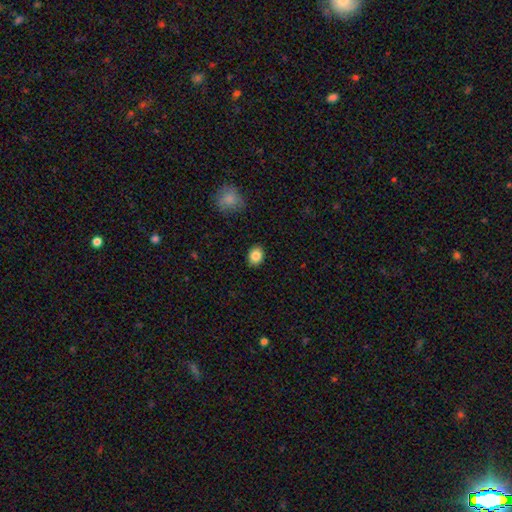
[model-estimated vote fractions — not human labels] The model was most divided on "how rounded": in between: 56%, round: 43%, cigar-shaped: 1%. More confident: merging — none (89%); smooth or featured — smooth (86%).